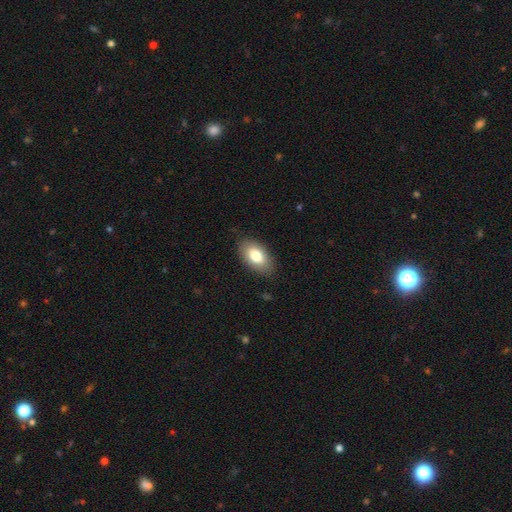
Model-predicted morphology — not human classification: Q: Smooth or featured?
A: smooth (78%); runner-up: featured or disk (15%)
Q: How rounded?
A: in between (93%); runner-up: round (5%)
Q: Merging?
A: none (85%); runner-up: minor disturbance (11%)